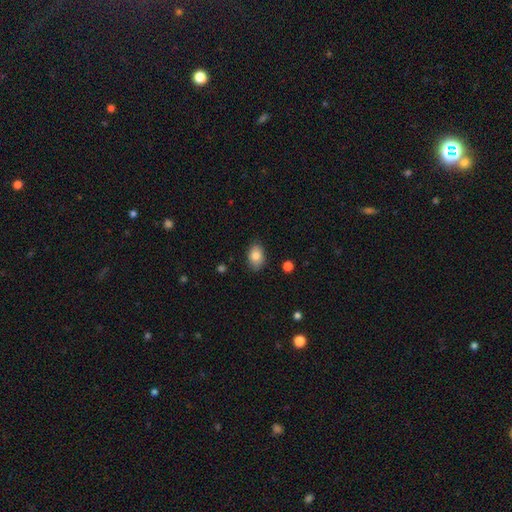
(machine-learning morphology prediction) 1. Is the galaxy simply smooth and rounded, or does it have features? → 83% smooth, 9% featured or disk, 8% star or artifact.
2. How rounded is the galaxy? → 85% in between, 14% round, 1% cigar-shaped.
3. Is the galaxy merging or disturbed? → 85% none, 12% minor disturbance, 2% major disturbance, 1% merger.